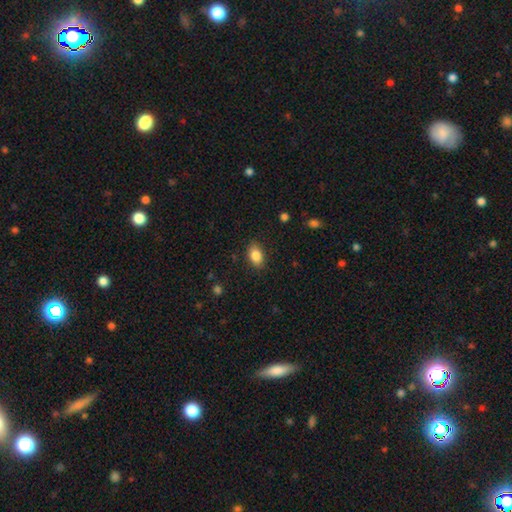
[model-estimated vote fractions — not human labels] Overall: smooth (86%). How rounded: in between (86%). Merging: none (85%).